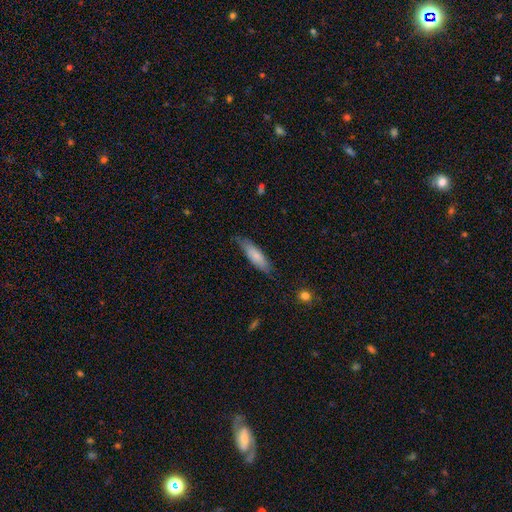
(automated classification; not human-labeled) The model was most divided on "how rounded": cigar-shaped: 53%, in between: 45%, round: 2%. More confident: smooth or featured — smooth (77%); merging — none (68%).